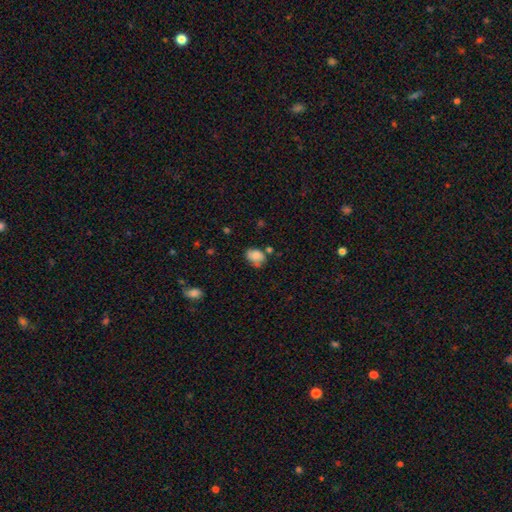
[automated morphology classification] Overall: smooth (78%). How rounded: in between (70%). Merging: none (48%; minor disturbance 31%).